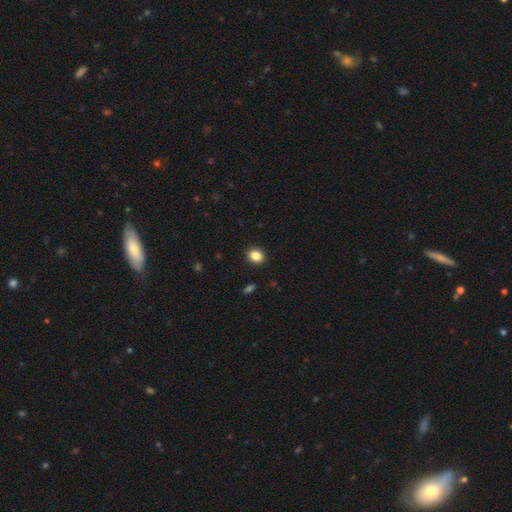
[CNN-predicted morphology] smooth-or-featured: smooth: 86% | star or artifact: 10% | featured or disk: 4%
  how-rounded: round: 62% | in between: 37% | cigar-shaped: 1%
  merging: none: 91% | minor disturbance: 6% | major disturbance: 2% | merger: 1%